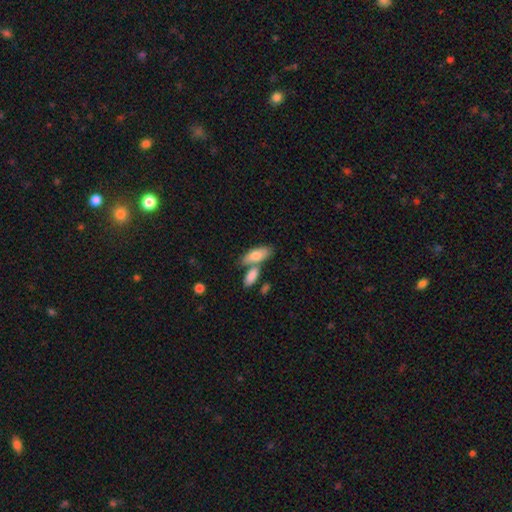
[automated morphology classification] smooth_or_featured: smooth (p=0.78) [alt: featured or disk p=0.16]
how_rounded: in between (p=0.77) [alt: cigar-shaped p=0.20]
merging: none (p=0.50) [alt: merger p=0.35]